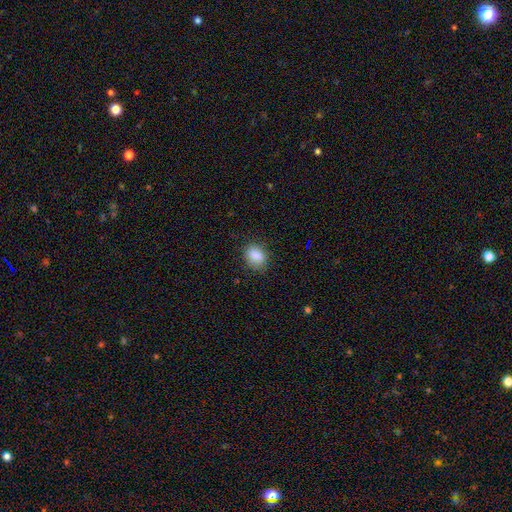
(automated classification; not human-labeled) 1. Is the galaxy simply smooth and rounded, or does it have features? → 87% smooth, 9% star or artifact, 5% featured or disk.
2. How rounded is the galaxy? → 62% in between, 37% round, 1% cigar-shaped.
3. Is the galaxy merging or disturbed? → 80% none, 15% minor disturbance, 4% major disturbance, 1% merger.